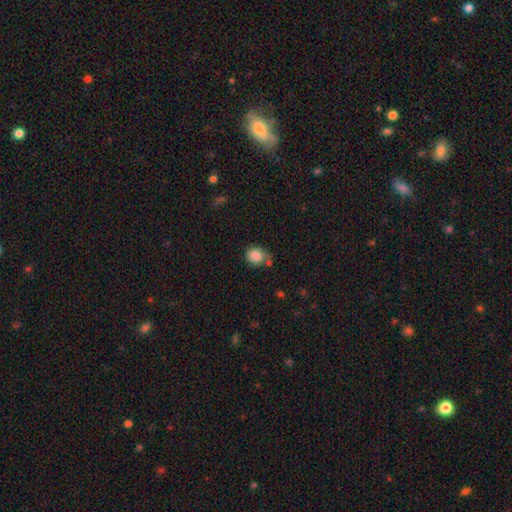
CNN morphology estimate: This is clearly a smooth galaxy (82%). How rounded: possibly round (54%). Merging: possibly none (50%).